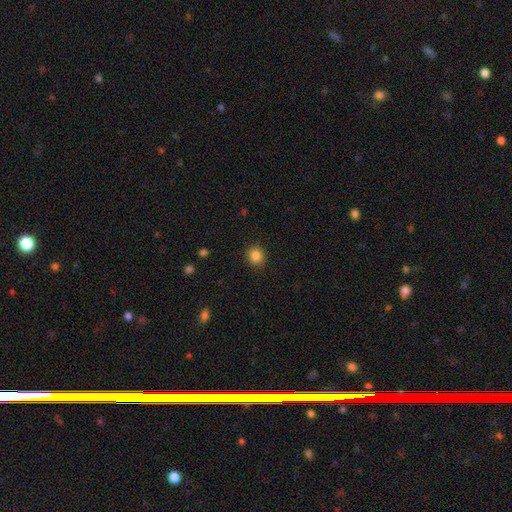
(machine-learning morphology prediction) A smooth galaxy with no disk features (85%) that is round (85%).

Vote fractions:
- Smooth or featured? smooth: 85% / star or artifact: 11% / featured or disk: 4%
- How rounded? round: 85% / in between: 14% / cigar-shaped: 1%
- Merging? none: 90% / minor disturbance: 7% / major disturbance: 2% / merger: 1%